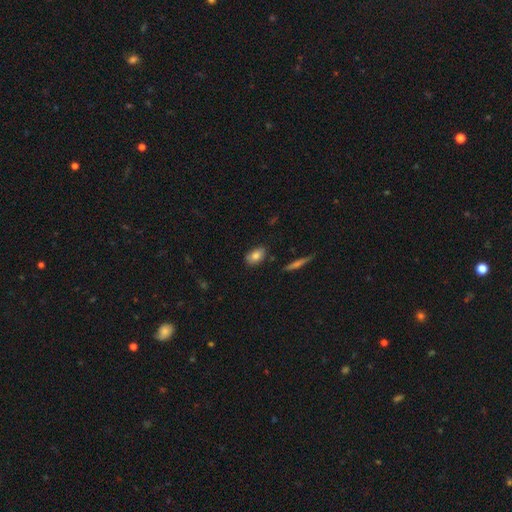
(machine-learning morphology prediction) This appears to be a smooth galaxy with no disk features (81%) that is in between round and cigar-shaped (87%). Merging: none (80%).